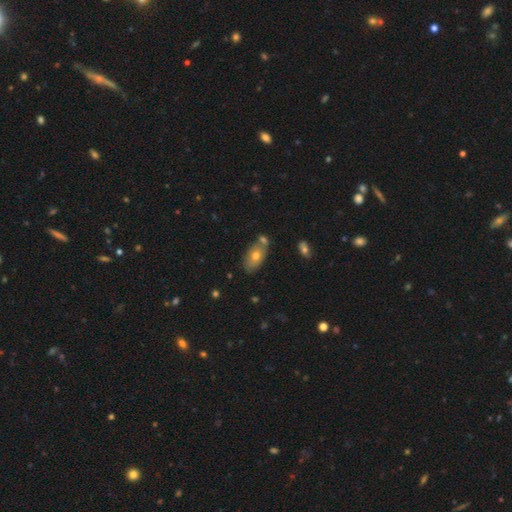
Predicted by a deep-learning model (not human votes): A smooth galaxy with no disk features (67%) that is in between round and cigar-shaped (90%). Merging: none (56%).